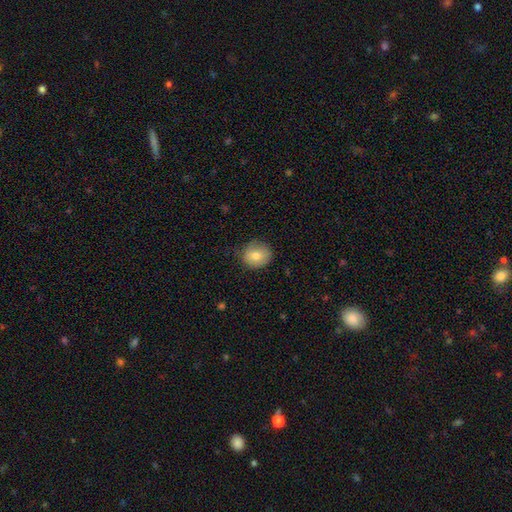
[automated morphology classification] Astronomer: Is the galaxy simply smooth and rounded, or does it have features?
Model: smooth — 77%.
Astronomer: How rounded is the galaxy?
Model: round — 78%.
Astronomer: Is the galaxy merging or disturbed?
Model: none — 75%.